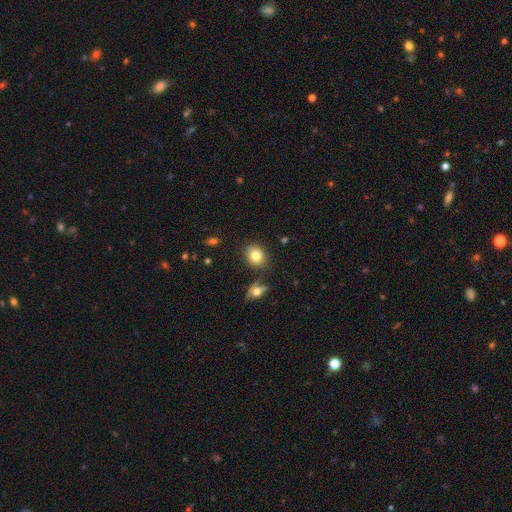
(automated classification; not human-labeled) Q: Smooth or featured?
A: smooth (82%); runner-up: featured or disk (9%)
Q: How rounded?
A: round (51%); runner-up: in between (48%)
Q: Merging?
A: none (82%); runner-up: minor disturbance (10%)